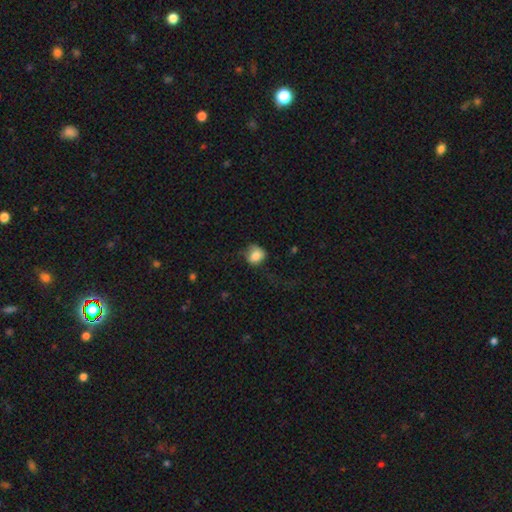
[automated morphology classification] A smooth galaxy with no disk features (82%) that is round (57%). Merging: none (43%).